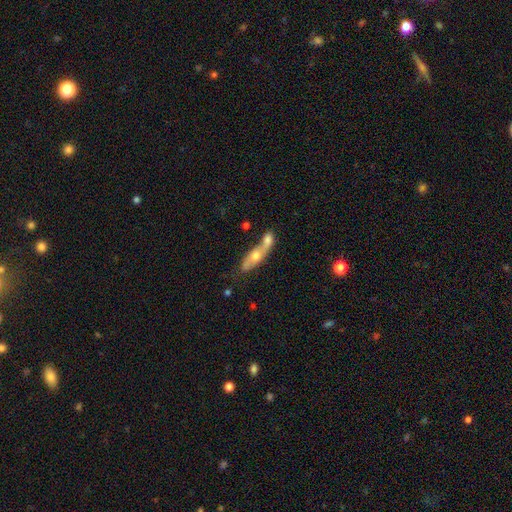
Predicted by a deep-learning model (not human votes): The model was most divided on "smooth or featured": smooth: 47%, featured or disk: 46%, star or artifact: 7%. More confident: merging — merger (55%).